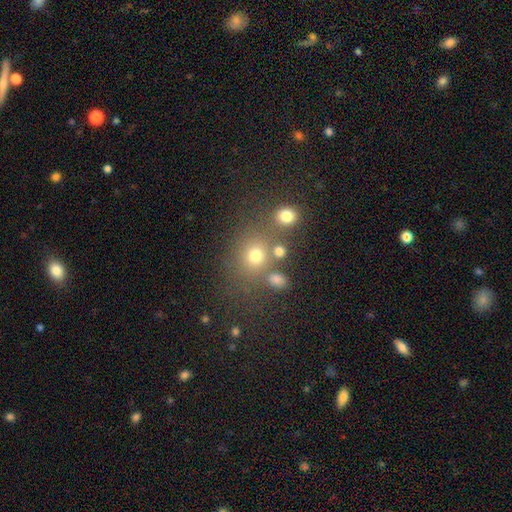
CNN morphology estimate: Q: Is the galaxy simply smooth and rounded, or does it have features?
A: smooth — 68%.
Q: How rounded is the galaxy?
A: round — 76%.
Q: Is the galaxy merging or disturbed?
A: none — 63%.